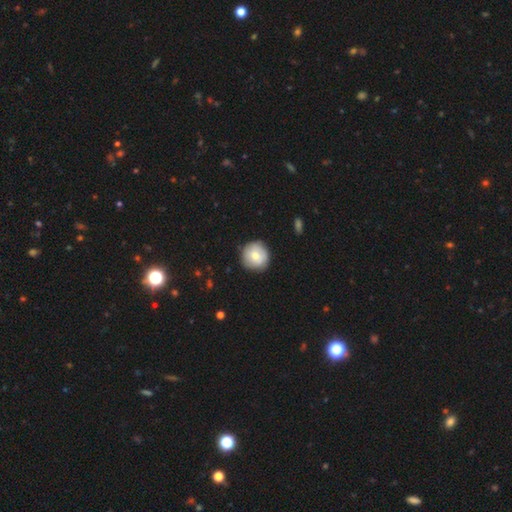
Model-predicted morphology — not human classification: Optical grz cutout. It shows a smooth galaxy with no disk features (73%) that is round (95%). Merging: none (85%).